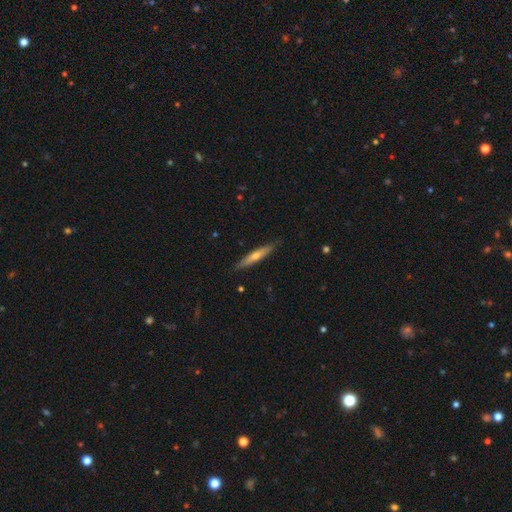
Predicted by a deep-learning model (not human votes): Smooth or featured: featured or disk — 53% (smooth — 41%)
Edge-on disk: yes — 93% (no — 7%)
Merging: none — 89% (minor disturbance — 9%)